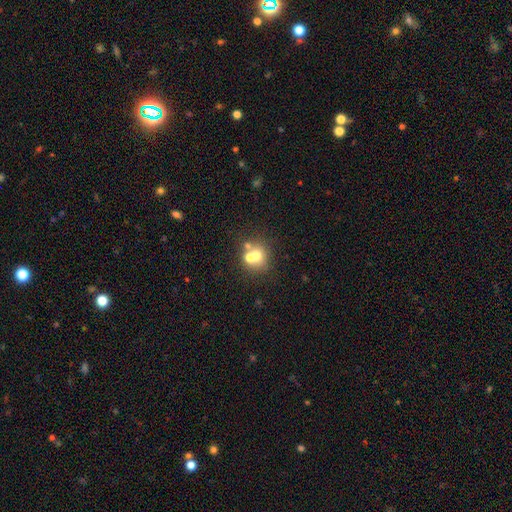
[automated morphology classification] smooth_or_featured: smooth (p=0.61) [alt: featured or disk p=0.23]
how_rounded: round (p=0.84) [alt: in between p=0.15]
merging: none (p=0.45) [alt: merger p=0.43]